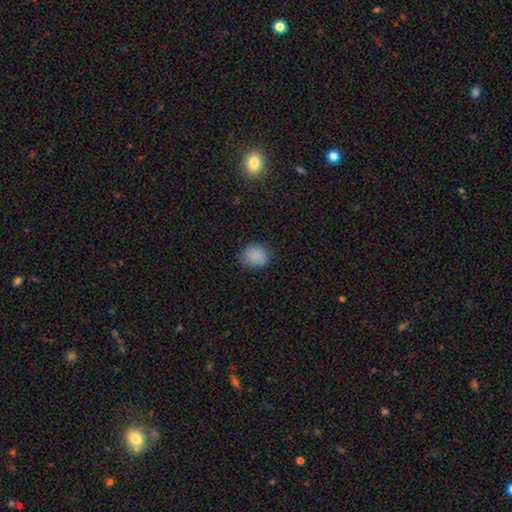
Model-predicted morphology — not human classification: Smooth or featured? smooth (86%)
How rounded? round (59%)
Merging? none (76%)